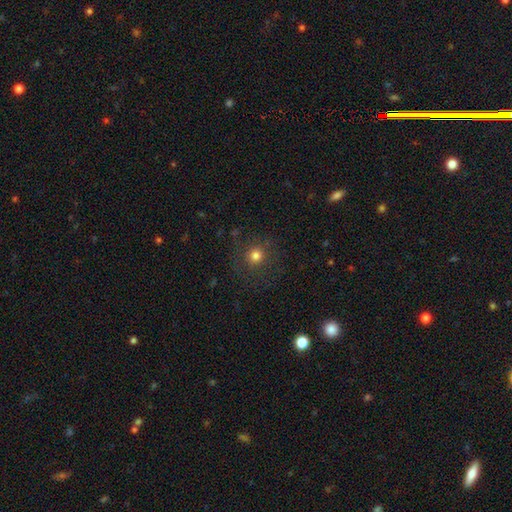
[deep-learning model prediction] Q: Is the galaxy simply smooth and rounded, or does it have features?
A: smooth — 77%.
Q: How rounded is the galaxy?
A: round — 93%.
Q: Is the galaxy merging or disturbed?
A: none — 86%.